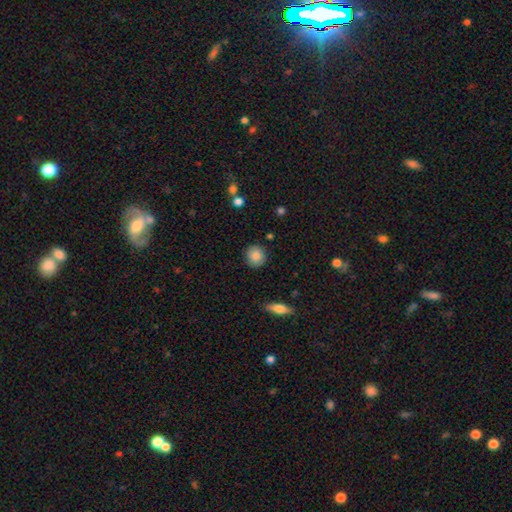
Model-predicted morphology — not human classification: smooth 85%, star or artifact 7%, featured or disk 7%. Down the decision tree: how rounded — round (87%); merging — none (88%).